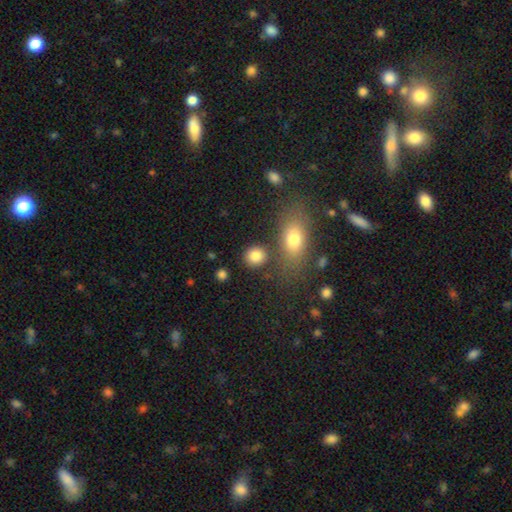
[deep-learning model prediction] This appears to be a smooth galaxy with no disk features (84%) that is round (81%). Merging: none (78%).